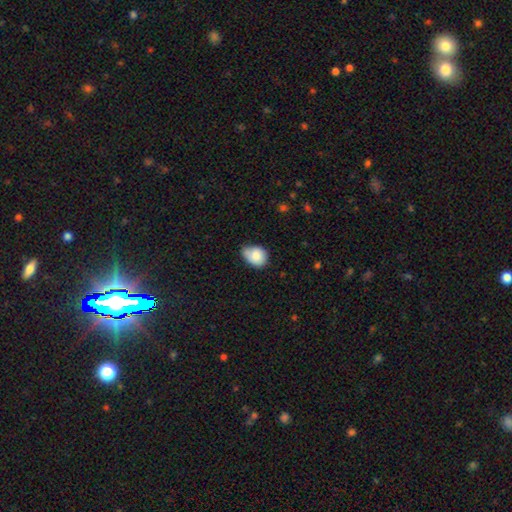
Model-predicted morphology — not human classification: Smooth or featured?
  - smooth: 79% *
  - featured or disk: 14%
  - star or artifact: 8%
How rounded?
  - in between: 60% *
  - round: 39%
  - cigar-shaped: 1%
Merging?
  - minor disturbance: 45% *
  - none: 40%
  - major disturbance: 10%
  - merger: 4%